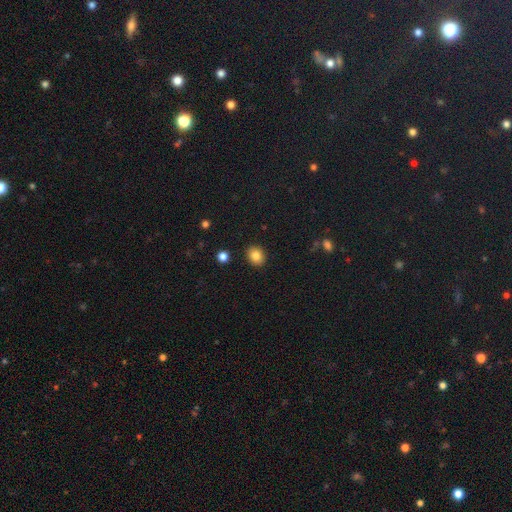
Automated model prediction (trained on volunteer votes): A smooth galaxy with no disk features (84%) that is round (58%).

Vote fractions:
- Smooth or featured? smooth: 84% / star or artifact: 10% / featured or disk: 6%
- How rounded? round: 58% / in between: 41% / cigar-shaped: 1%
- Merging? none: 90% / minor disturbance: 7% / major disturbance: 2% / merger: 2%